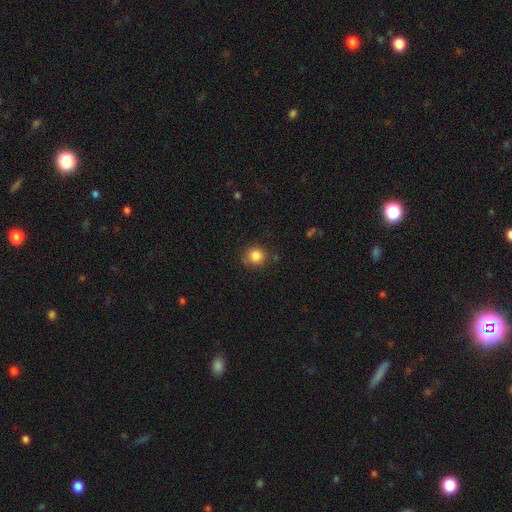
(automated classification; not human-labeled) This is clearly a smooth galaxy (85%). How rounded: clearly round (92%). Merging: clearly none (82%).